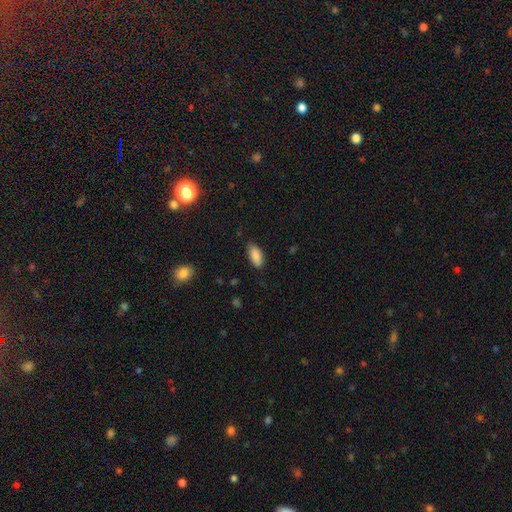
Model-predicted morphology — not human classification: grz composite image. It shows a smooth galaxy with no disk features (88%) that is in between round and cigar-shaped (91%). Merging: none (78%).